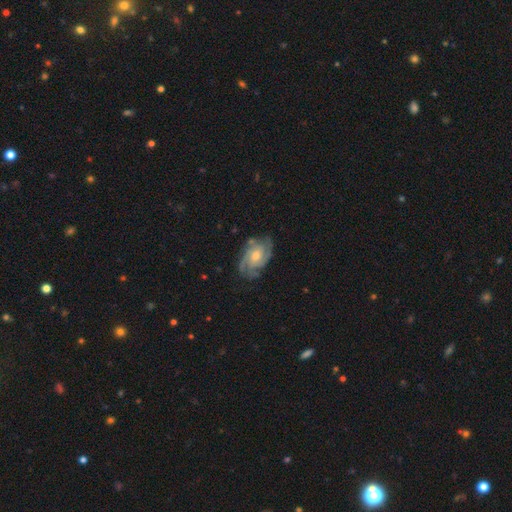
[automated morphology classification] The model was most divided on "spiral arm count": 3: 37%, 4: 19%, can't tell: 18%, 2: 16%, more than 4: 5%, 1: 5%. More confident: edge-on disk — no (97%); spiral arms — yes (97%); smooth or featured — featured or disk (84%); merging — none (76%); bar — no (67%); bulge size — moderate (60%); spiral winding — tight (56%).